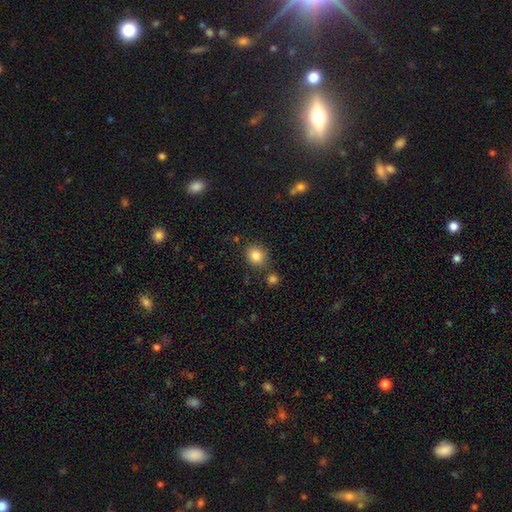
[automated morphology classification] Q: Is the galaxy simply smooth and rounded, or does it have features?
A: smooth — 84%.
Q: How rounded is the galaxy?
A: round — 75%.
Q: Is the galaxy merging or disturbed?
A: none — 79%.